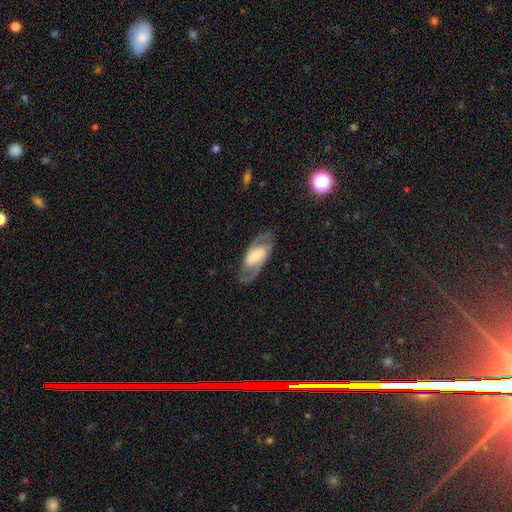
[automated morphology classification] This appears to be a featured or disk galaxy (80%) with a weak bar (43%), 2 (90%) medium (54%) spiral arms (93%) and a small central bulge (36%). Merging: none (81%).